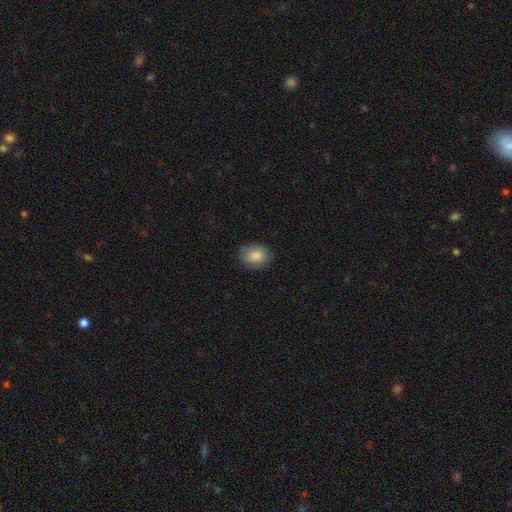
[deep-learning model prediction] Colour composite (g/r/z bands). It shows a smooth galaxy with no disk features (87%) that is in between round and cigar-shaped (65%). Merging: none (81%).